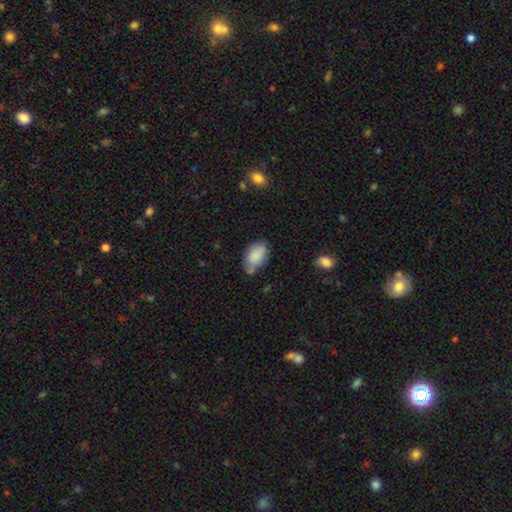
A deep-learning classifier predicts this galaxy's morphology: Overall: smooth (86%). How rounded: in between (93%). Merging: none (63%; minor disturbance 25%).